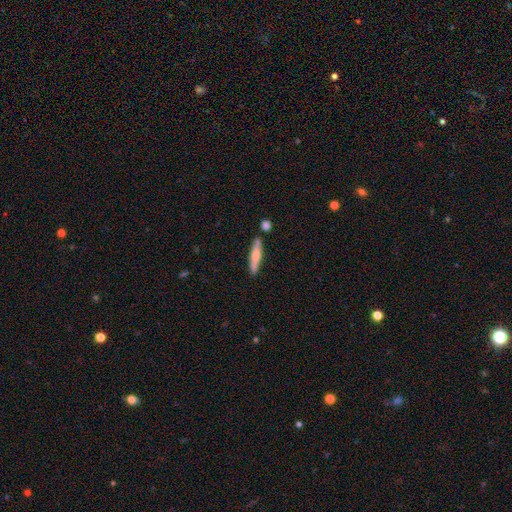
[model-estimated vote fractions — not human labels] Smooth or featured: smooth — 56% (featured or disk — 38%)
How rounded: cigar-shaped — 87% (in between — 11%)
Merging: none — 81% (minor disturbance — 10%)